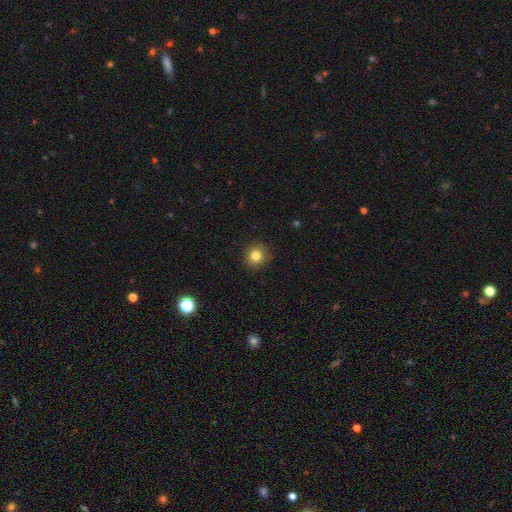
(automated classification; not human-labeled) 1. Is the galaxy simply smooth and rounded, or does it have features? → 82% smooth, 12% star or artifact, 6% featured or disk.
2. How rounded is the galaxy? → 93% round, 6% in between, 1% cigar-shaped.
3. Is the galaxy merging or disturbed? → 91% none, 6% minor disturbance, 2% major disturbance, 1% merger.